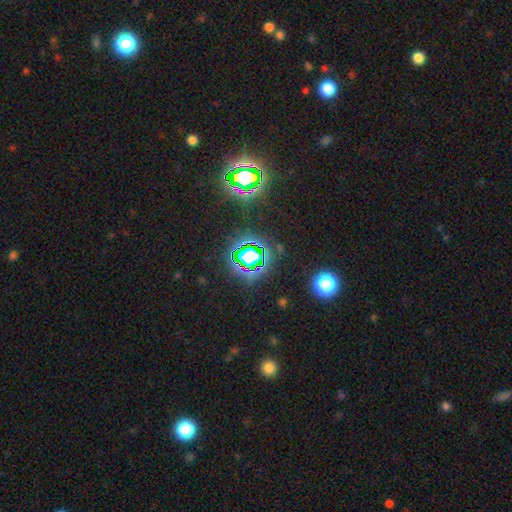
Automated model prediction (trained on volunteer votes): A star or artifact, not a galaxy (80%).

Vote fractions:
- Smooth or featured? star or artifact: 80% / smooth: 13% / featured or disk: 7%